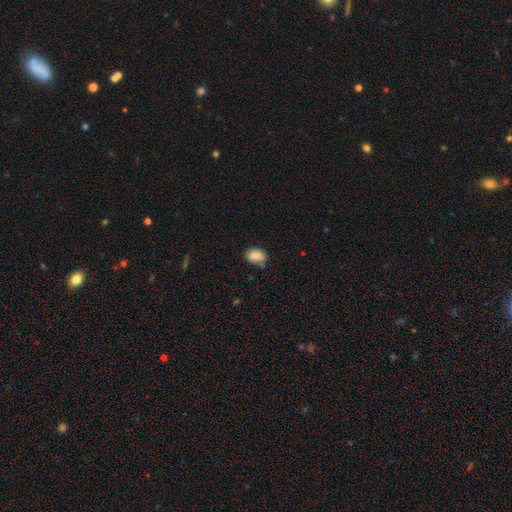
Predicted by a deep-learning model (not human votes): This appears to be a smooth galaxy with no disk features (85%) that is in between round and cigar-shaped (78%). Merging: none (63%).